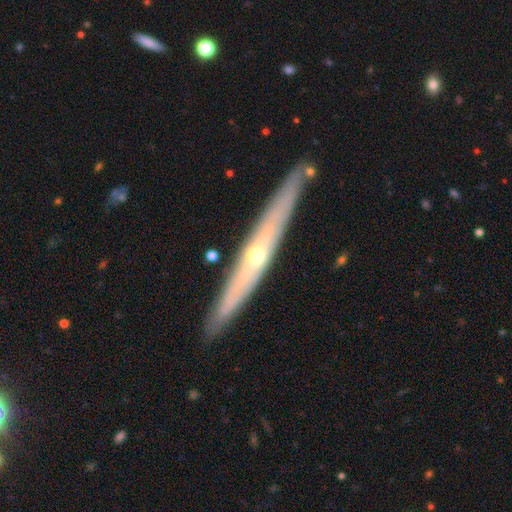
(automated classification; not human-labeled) Smooth or featured? Predicted: featured or disk (p=0.73). Edge-on disk? Predicted: yes (p=0.92). Edge-on bulge? Predicted: rounded (p=0.73). Merging? Predicted: none (p=0.88).